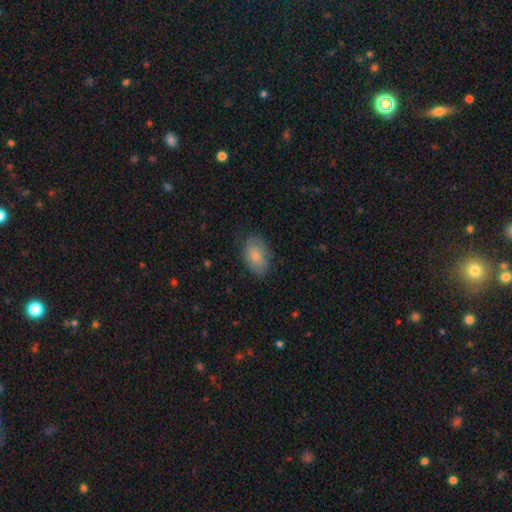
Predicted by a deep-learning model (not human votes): This is clearly a smooth galaxy (81%). How rounded: clearly in between (89%). Merging: likely none (78%).